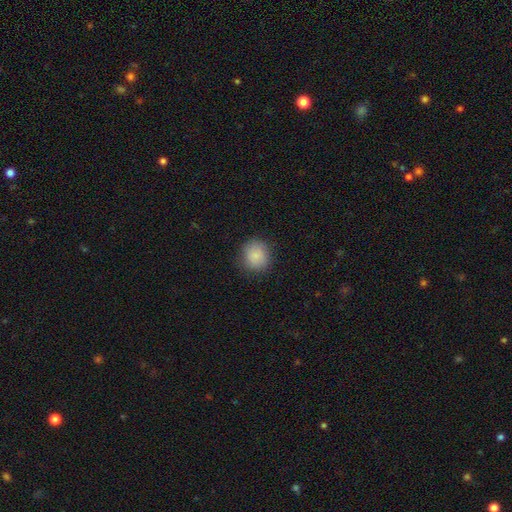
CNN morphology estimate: This appears to be a smooth galaxy with no disk features (87%) that is round (82%). Merging: none (85%).